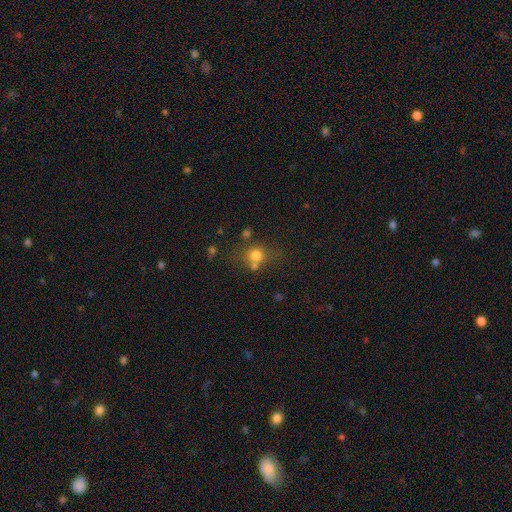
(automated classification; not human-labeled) smooth-or-featured: smooth: 73% | star or artifact: 15% | featured or disk: 11%
  how-rounded: round: 81% | in between: 18% | cigar-shaped: 1%
  merging: none: 57% | merger: 24% | minor disturbance: 13% | major disturbance: 6%